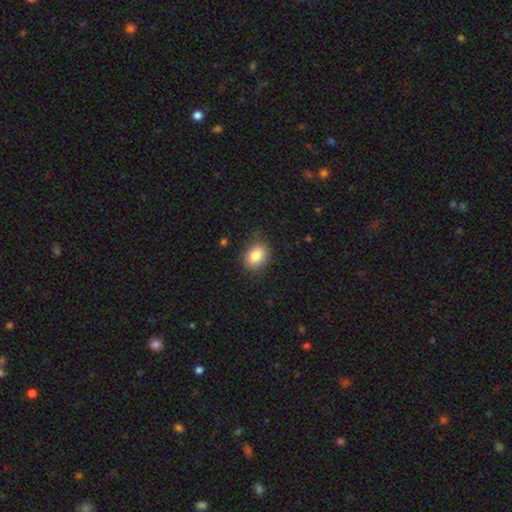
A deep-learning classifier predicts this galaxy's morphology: smooth-or-featured: smooth: 84% | star or artifact: 9% | featured or disk: 7%
  how-rounded: in between: 58% | round: 41% | cigar-shaped: 1%
  merging: none: 82% | minor disturbance: 13% | major disturbance: 3% | merger: 1%